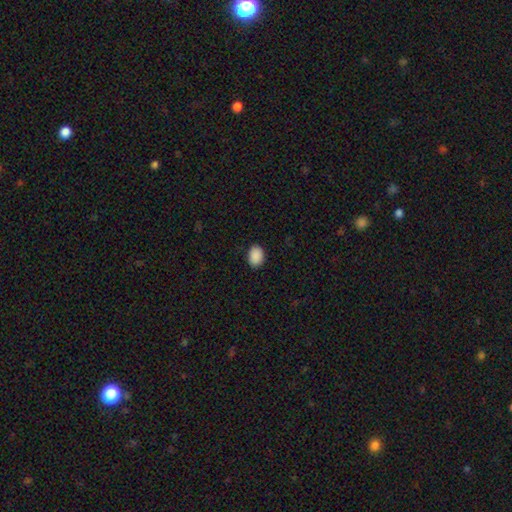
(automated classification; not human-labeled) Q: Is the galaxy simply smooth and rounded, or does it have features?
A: smooth — 90%.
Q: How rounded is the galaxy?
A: in between — 75%.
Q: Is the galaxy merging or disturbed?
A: none — 89%.